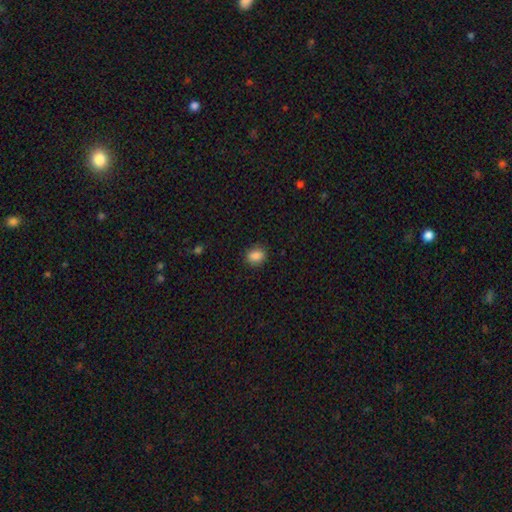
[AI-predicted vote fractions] Smooth or featured? smooth (87%)
How rounded? round (50%)
Merging? none (85%)